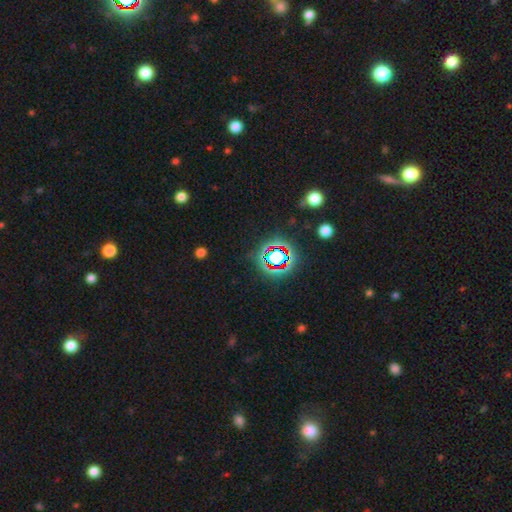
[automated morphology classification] smooth_or_featured: star or artifact (p=0.77) [alt: smooth p=0.14]